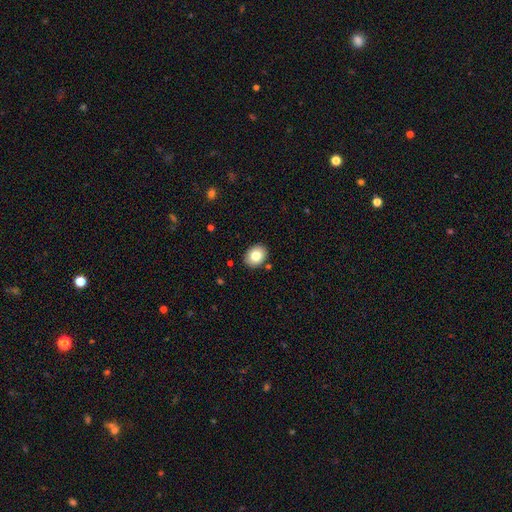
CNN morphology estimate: Q: Smooth or featured?
A: smooth (81%); runner-up: featured or disk (11%)
Q: How rounded?
A: in between (57%); runner-up: round (43%)
Q: Merging?
A: none (88%); runner-up: minor disturbance (8%)